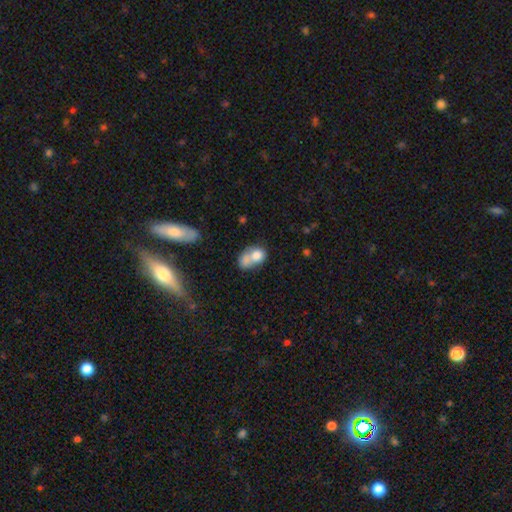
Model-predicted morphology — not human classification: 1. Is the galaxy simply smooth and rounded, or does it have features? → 73% smooth, 18% featured or disk, 9% star or artifact.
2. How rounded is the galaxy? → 56% in between, 43% round, 1% cigar-shaped.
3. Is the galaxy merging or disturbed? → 61% merger, 21% none, 10% minor disturbance, 8% major disturbance.